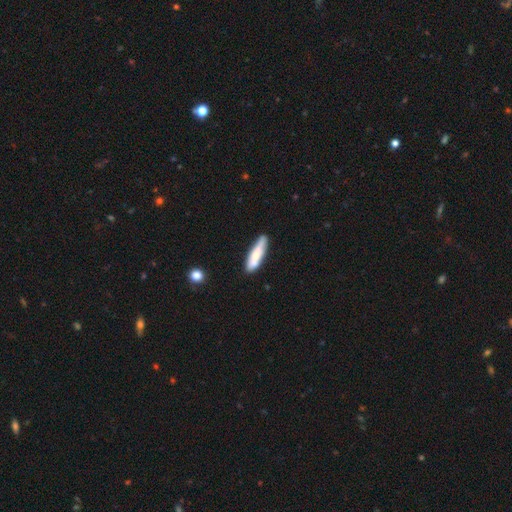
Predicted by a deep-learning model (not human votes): Smooth or featured? smooth (68%)
How rounded? cigar-shaped (76%)
Merging? none (72%)